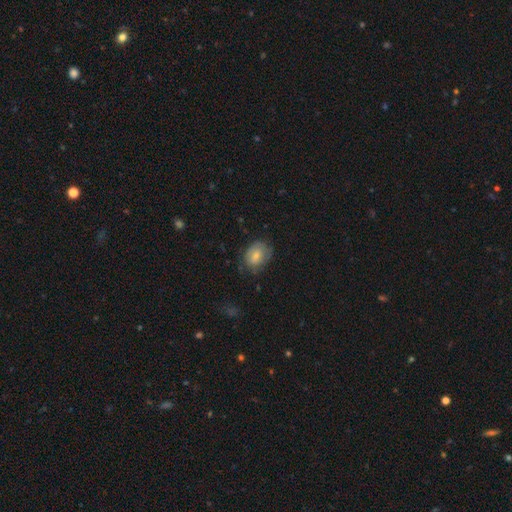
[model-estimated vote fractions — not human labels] Smooth or featured? Predicted: smooth (p=0.66). How rounded? Predicted: in between (p=0.67). Merging? Predicted: none (p=0.60).